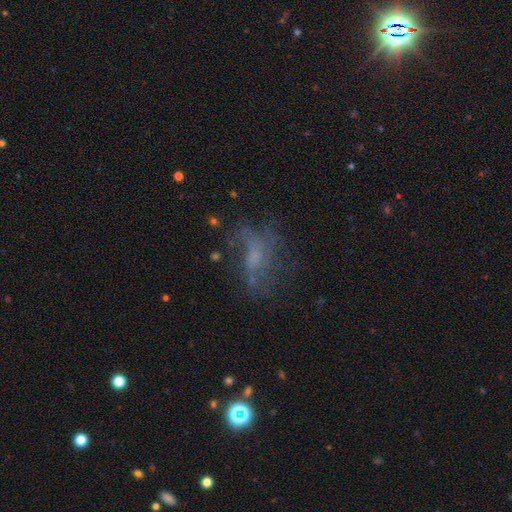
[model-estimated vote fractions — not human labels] smooth_or_featured: featured or disk (p=0.48) [alt: smooth p=0.30]
merging: none (p=0.50) [alt: major disturbance p=0.27]